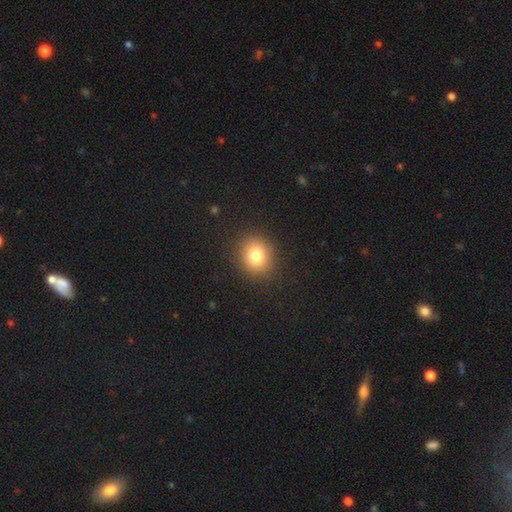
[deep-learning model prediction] Morphology: type=smooth (80%); roundness=round (75%); merging=none (89%).